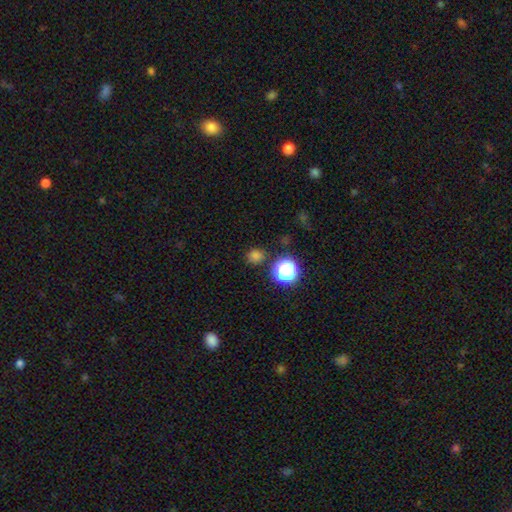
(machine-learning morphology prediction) Smooth or featured? smooth (73%)
How rounded? round (85%)
Merging? none (82%)